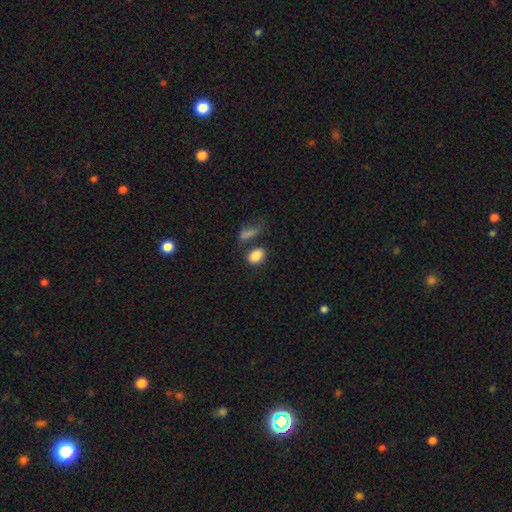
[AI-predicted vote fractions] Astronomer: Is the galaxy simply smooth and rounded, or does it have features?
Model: smooth — 86%.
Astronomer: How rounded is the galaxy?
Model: in between — 80%.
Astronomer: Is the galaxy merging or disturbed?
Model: none — 61%.